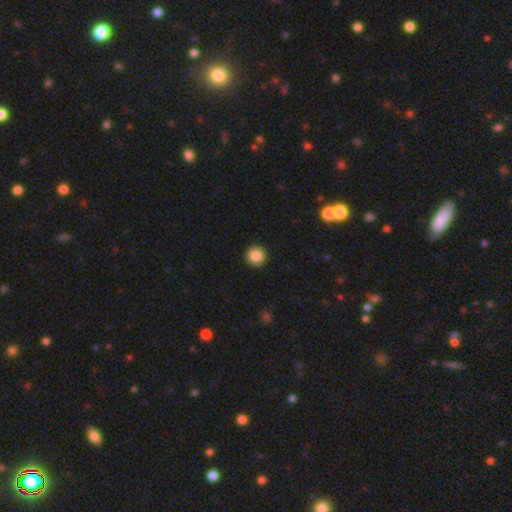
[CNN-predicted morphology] The model was most divided on "smooth or featured": smooth: 85%, star or artifact: 9%, featured or disk: 5%. More confident: how rounded — round (95%); merging — none (92%).